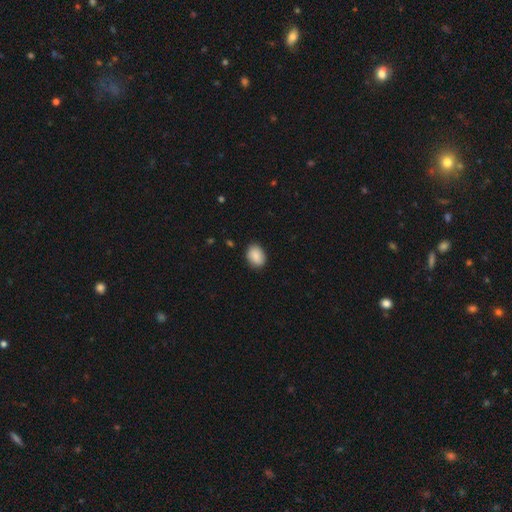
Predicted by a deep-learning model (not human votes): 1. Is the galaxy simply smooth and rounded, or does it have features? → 89% smooth, 7% star or artifact, 4% featured or disk.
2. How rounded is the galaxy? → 70% in between, 29% round, 1% cigar-shaped.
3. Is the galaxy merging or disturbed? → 86% none, 11% minor disturbance, 2% major disturbance, 1% merger.